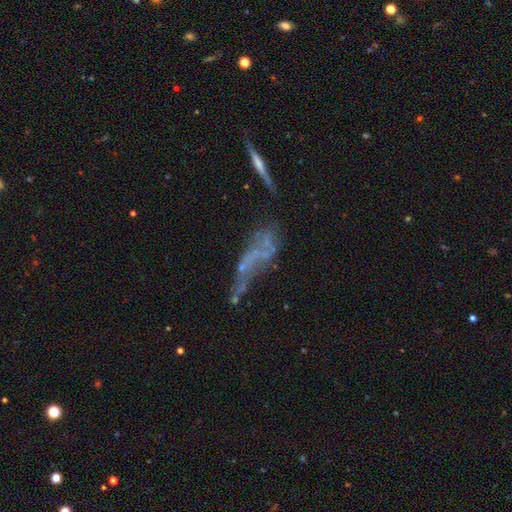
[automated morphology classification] type=featured or disk (56%); edge-on=no (75%); merging=major disturbance (34%).